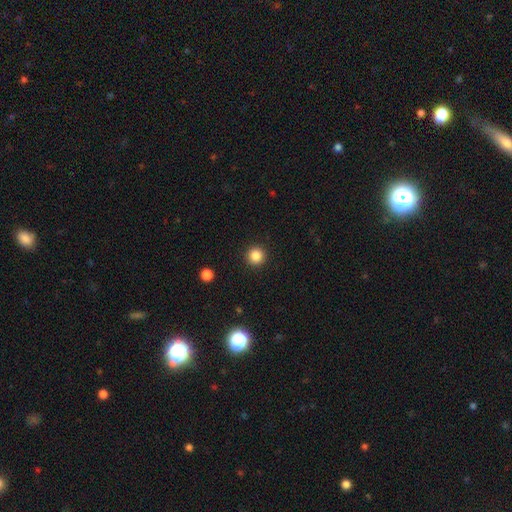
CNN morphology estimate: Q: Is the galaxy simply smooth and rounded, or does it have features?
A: smooth — 85%.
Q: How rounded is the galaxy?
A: round — 95%.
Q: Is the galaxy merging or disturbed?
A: none — 92%.